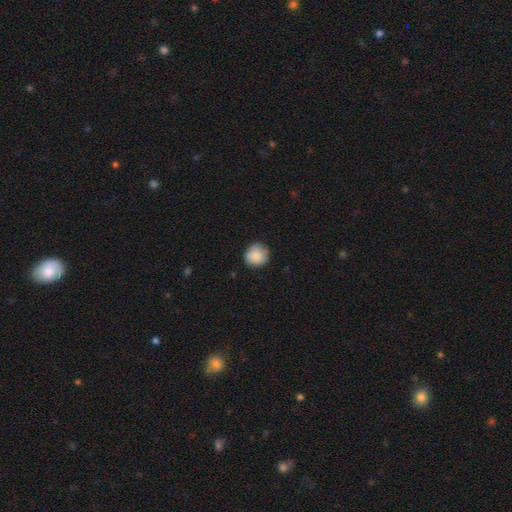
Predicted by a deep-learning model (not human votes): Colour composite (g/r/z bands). It shows a smooth galaxy with no disk features (87%) that is round (92%). Merging: none (83%).